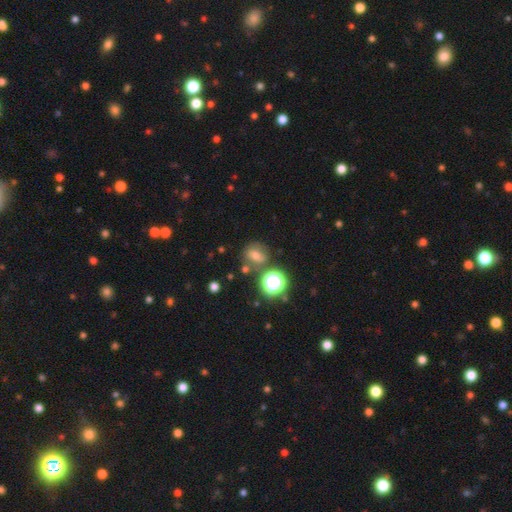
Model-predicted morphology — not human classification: Smooth or featured?
  - smooth: 53% *
  - star or artifact: 29%
  - featured or disk: 19%
How rounded?
  - round: 65% *
  - in between: 33%
  - cigar-shaped: 2%
Merging?
  - none: 70% *
  - minor disturbance: 14%
  - merger: 10%
  - major disturbance: 6%